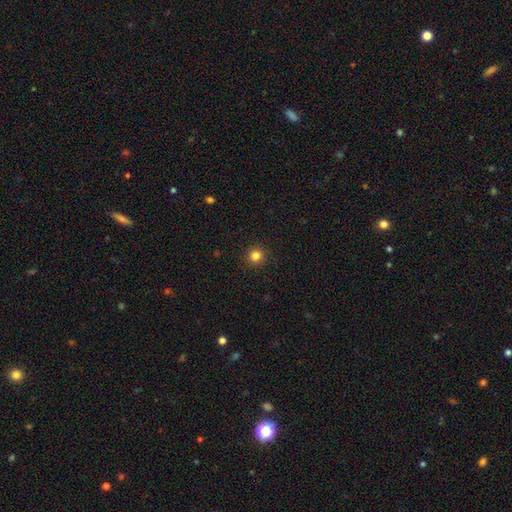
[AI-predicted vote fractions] A smooth galaxy with no disk features (83%) that is round (94%). Merging: none (92%).